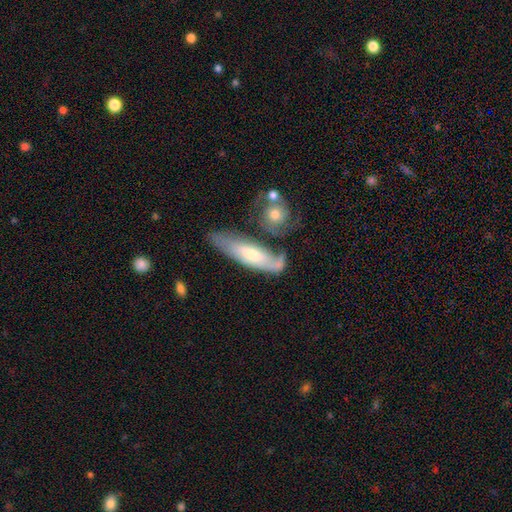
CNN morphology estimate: A smooth galaxy with no disk features (49%).

Vote fractions:
- Smooth or featured? smooth: 49% / featured or disk: 45% / star or artifact: 6%
- Merging? none: 44% / minor disturbance: 23% / merger: 20% / major disturbance: 13%